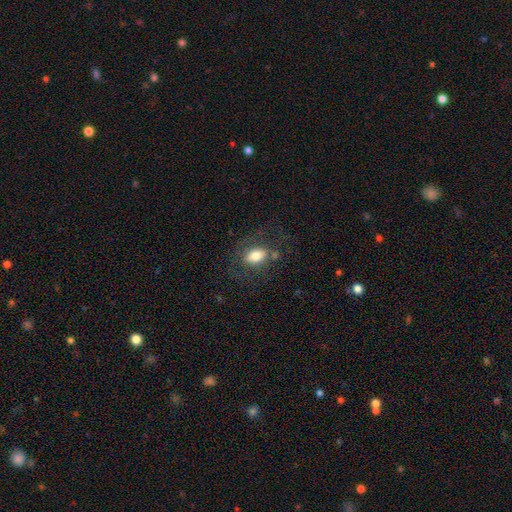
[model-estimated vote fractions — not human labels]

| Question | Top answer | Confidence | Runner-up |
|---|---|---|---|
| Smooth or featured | smooth | 75% | featured or disk (17%) |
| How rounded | in between | 85% | round (13%) |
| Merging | none | 64% | minor disturbance (18%) |